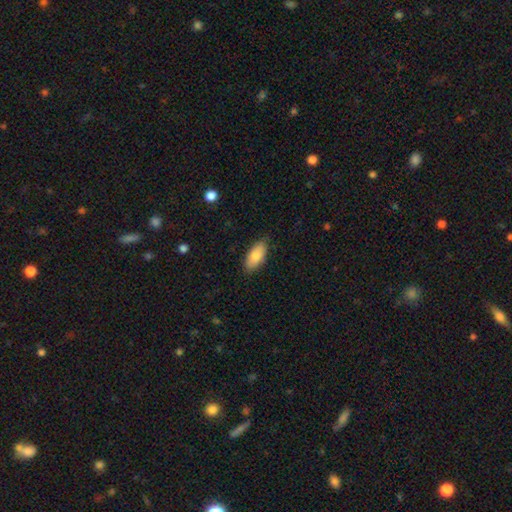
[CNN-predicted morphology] This is clearly a smooth galaxy (82%). How rounded: clearly in between (89%). Merging: clearly none (84%).